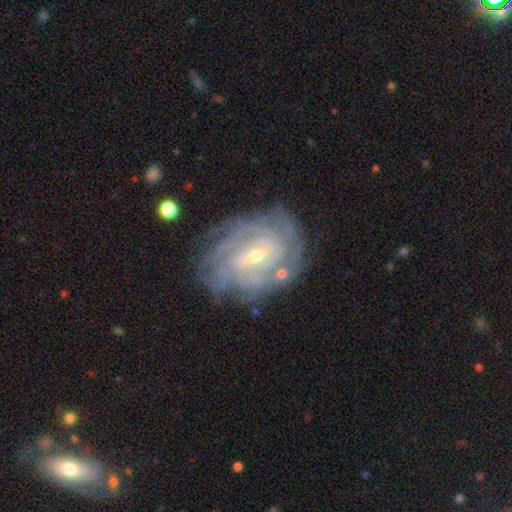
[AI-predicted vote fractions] Overall: featured or disk (88%). Edge-on disk: no (97%). Bar: weak (52%; strong 25%). Spiral arms: yes (96%). Spiral arm count: can't tell (33%; 4 23%). Spiral winding: tight (77%). Bulge size: small (58%; moderate 39%). Merging: none (75%).